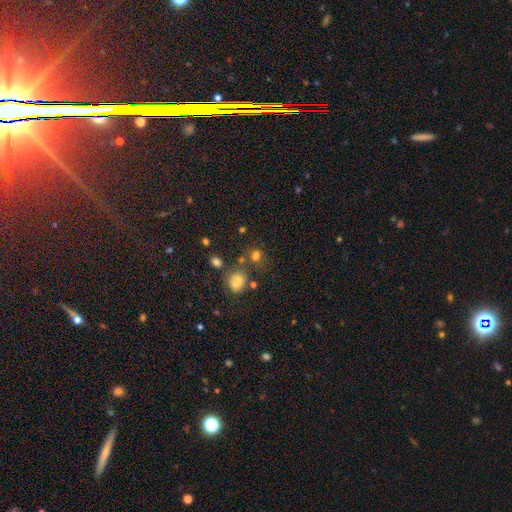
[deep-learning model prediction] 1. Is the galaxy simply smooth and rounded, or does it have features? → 73% smooth, 20% star or artifact, 8% featured or disk.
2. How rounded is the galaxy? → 66% round, 32% in between, 1% cigar-shaped.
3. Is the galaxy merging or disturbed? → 62% none, 18% merger, 14% minor disturbance, 6% major disturbance.